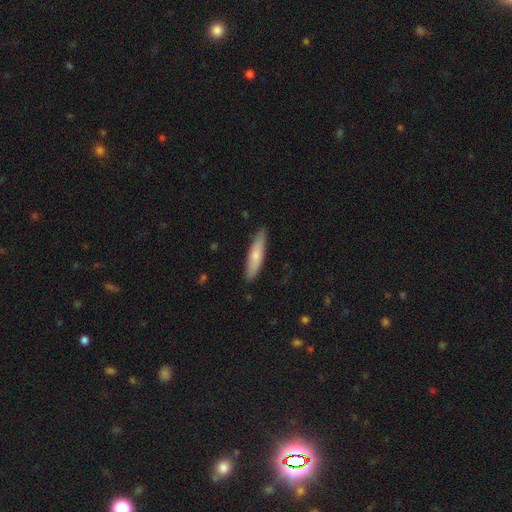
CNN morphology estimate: smooth_or_featured: smooth (p=0.68) [alt: featured or disk p=0.27]
how_rounded: cigar-shaped (p=0.80) [alt: in between p=0.18]
merging: none (p=0.86) [alt: minor disturbance p=0.11]